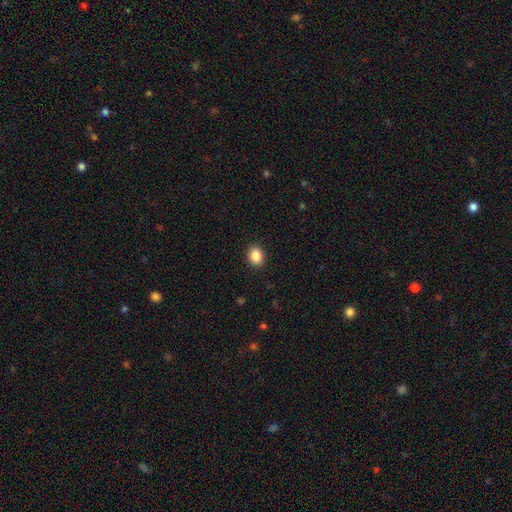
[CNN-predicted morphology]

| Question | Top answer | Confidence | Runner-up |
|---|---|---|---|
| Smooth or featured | smooth | 87% | star or artifact (9%) |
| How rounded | round | 55% | in between (45%) |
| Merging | none | 90% | minor disturbance (7%) |